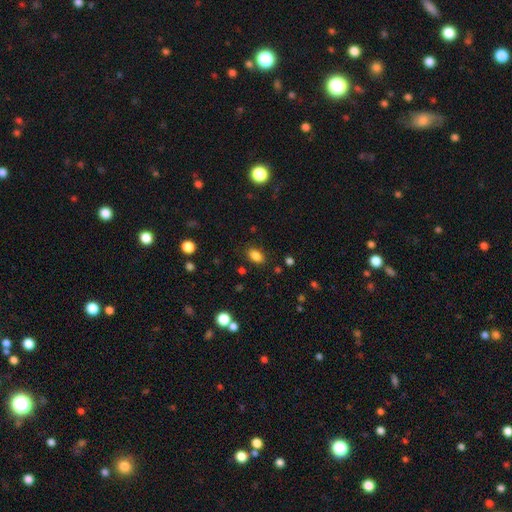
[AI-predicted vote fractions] This is clearly a smooth galaxy (84%). How rounded: clearly in between (86%). Merging: clearly none (85%).